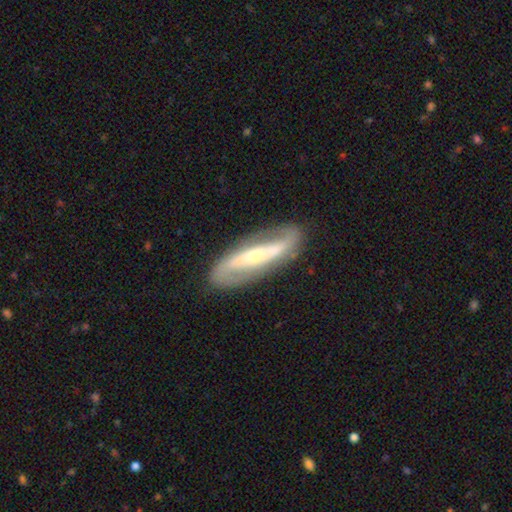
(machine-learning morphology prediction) Smooth or featured: featured or disk — 82% (smooth — 13%)
Edge-on disk: no — 82% (yes — 18%)
Bar: strong — 64% (weak — 18%)
Spiral arms: yes — 89% (no — 11%)
Spiral winding: loose — 45% (medium — 35%)
Spiral arm count: 2 — 90% (can't tell — 5%)
Bulge size: small — 57% (moderate — 36%)
Merging: none — 84% (minor disturbance — 11%)